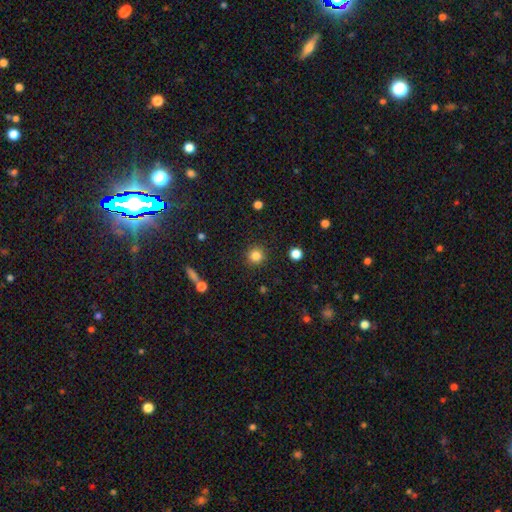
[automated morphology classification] smooth_or_featured: smooth (p=0.83) [alt: star or artifact p=0.12]
how_rounded: round (p=0.94) [alt: in between p=0.05]
merging: none (p=0.90) [alt: minor disturbance p=0.06]